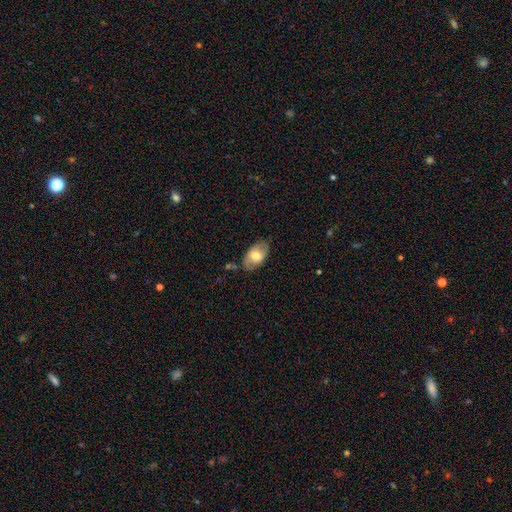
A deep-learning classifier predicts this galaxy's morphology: This is likely a smooth galaxy (62%). How rounded: clearly in between (92%). Merging: likely none (75%).